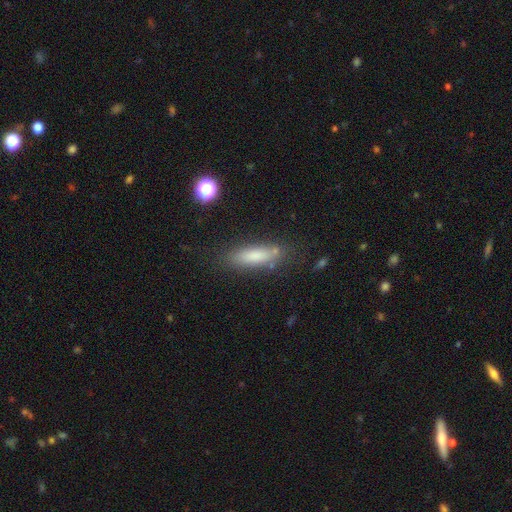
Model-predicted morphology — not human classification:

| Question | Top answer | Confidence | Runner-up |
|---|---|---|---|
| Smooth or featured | smooth | 76% | featured or disk (15%) |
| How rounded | cigar-shaped | 57% | in between (40%) |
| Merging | none | 72% | minor disturbance (16%) |